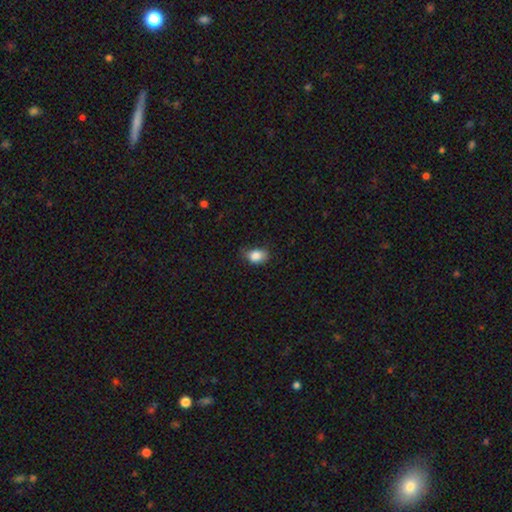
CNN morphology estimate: smooth 85%, star or artifact 9%, featured or disk 6%. Down the decision tree: how rounded — in between (68%); merging — none (57%).